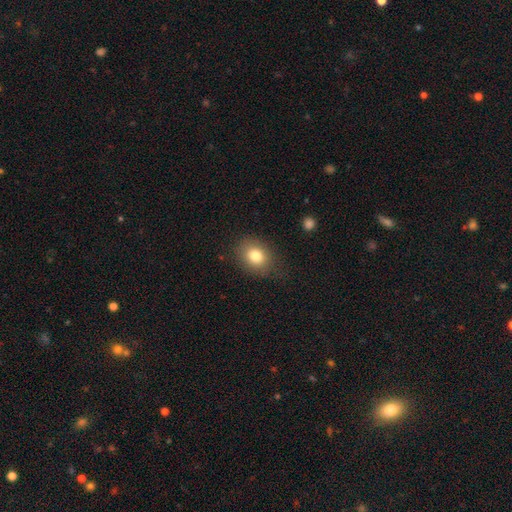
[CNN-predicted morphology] smooth 79%, star or artifact 11%, featured or disk 10%. Down the decision tree: how rounded — round (51%); merging — none (80%).